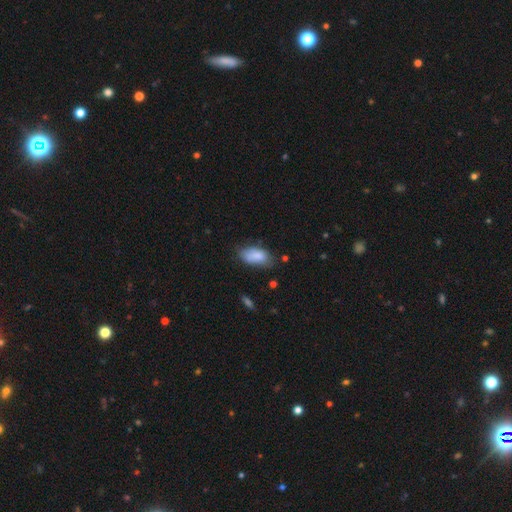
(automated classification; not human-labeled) Smooth or featured?
  - smooth: 83% *
  - featured or disk: 10%
  - star or artifact: 7%
How rounded?
  - in between: 93% *
  - cigar-shaped: 4%
  - round: 3%
Merging?
  - none: 59% *
  - minor disturbance: 30%
  - major disturbance: 8%
  - merger: 3%